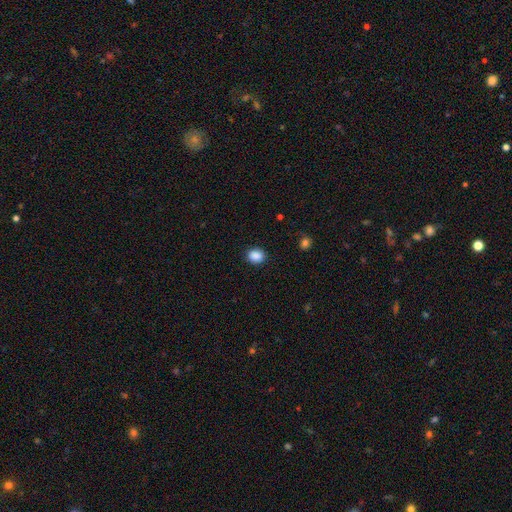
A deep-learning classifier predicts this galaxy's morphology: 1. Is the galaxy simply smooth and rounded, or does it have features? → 89% smooth, 9% star or artifact, 3% featured or disk.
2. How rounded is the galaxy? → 62% round, 37% in between, 1% cigar-shaped.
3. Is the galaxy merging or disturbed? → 90% none, 7% minor disturbance, 2% major disturbance, 1% merger.